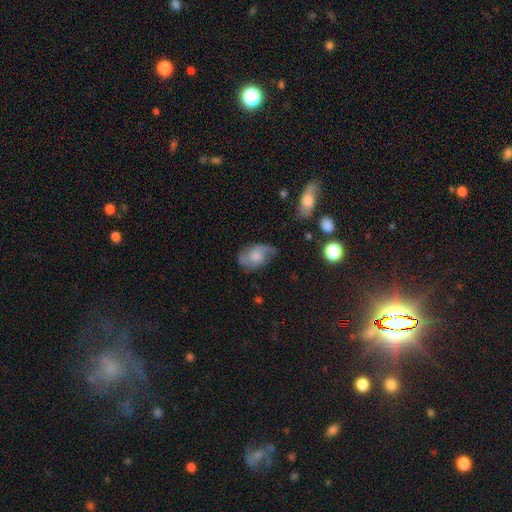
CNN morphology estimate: Smooth or featured: featured or disk — 47% (smooth — 44%)
Merging: none — 49% (minor disturbance — 31%)